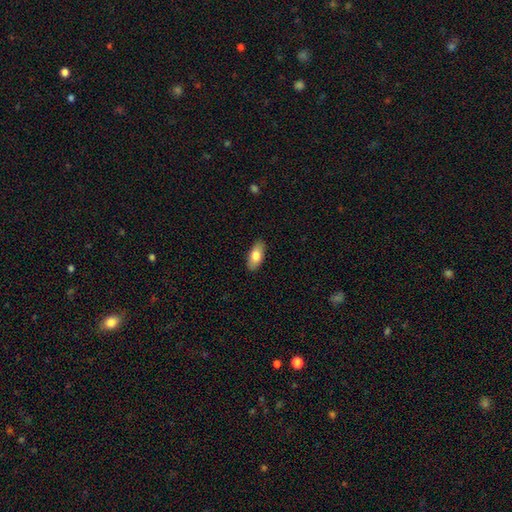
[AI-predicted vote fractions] Morphology: type=smooth (78%); roundness=in between (87%); merging=none (89%).